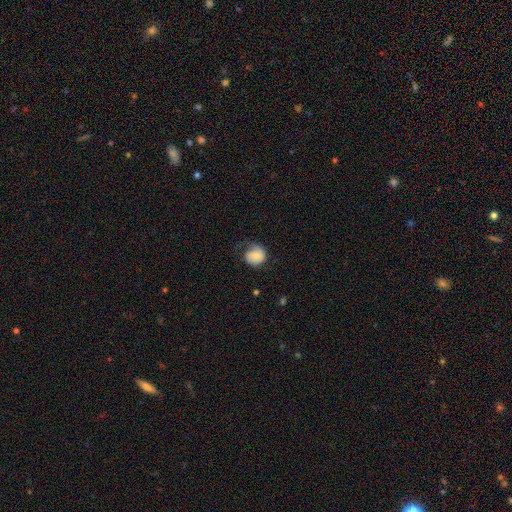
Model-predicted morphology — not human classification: smooth-or-featured: smooth: 56% | featured or disk: 37% | star or artifact: 8%
  how-rounded: round: 73% | in between: 26% | cigar-shaped: 1%
  merging: none: 42% | minor disturbance: 29% | major disturbance: 28% | merger: 2%